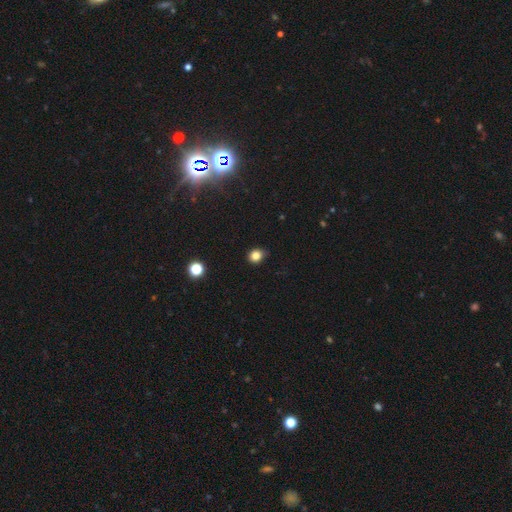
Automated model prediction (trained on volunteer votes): smooth 82%, star or artifact 13%, featured or disk 5%. Down the decision tree: how rounded — round (71%); merging — none (77%).